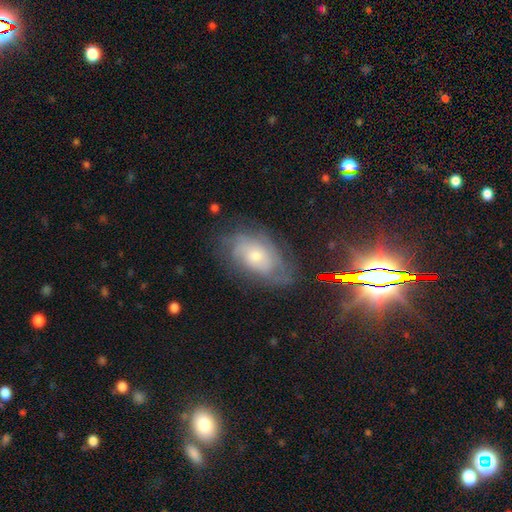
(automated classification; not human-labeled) This appears to be a featured or disk galaxy (63%) with no bar (79%), tight (56%) spiral arms (85%) and a small central bulge (52%). Merging: none (67%).